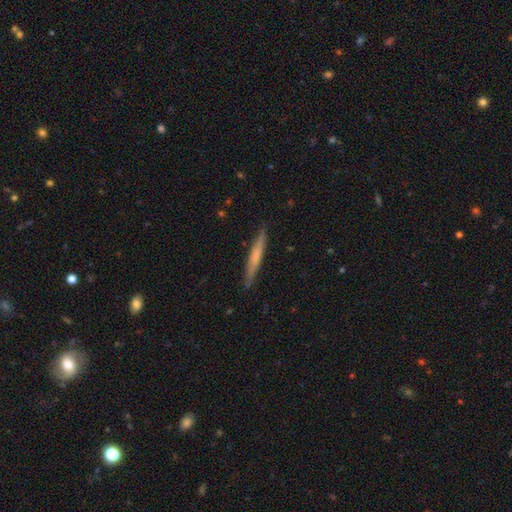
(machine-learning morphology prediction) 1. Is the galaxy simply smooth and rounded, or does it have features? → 54% smooth, 40% featured or disk, 6% star or artifact.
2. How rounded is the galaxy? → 96% cigar-shaped, 3% in between, 1% round.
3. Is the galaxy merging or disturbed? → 89% none, 8% minor disturbance, 2% major disturbance, 1% merger.